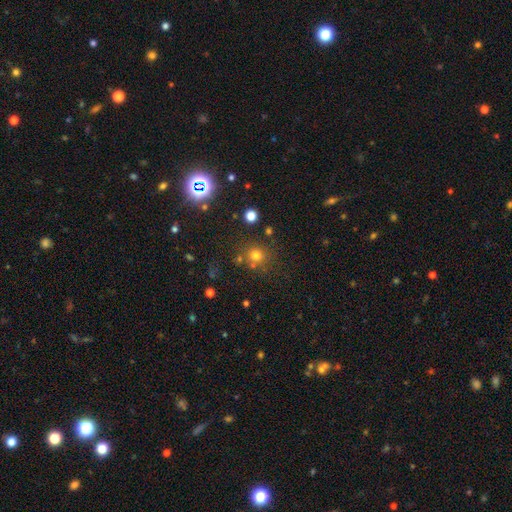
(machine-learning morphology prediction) The model was most divided on "smooth or featured": smooth: 72%, star or artifact: 20%, featured or disk: 8%. More confident: how rounded — round (89%); merging — none (75%).